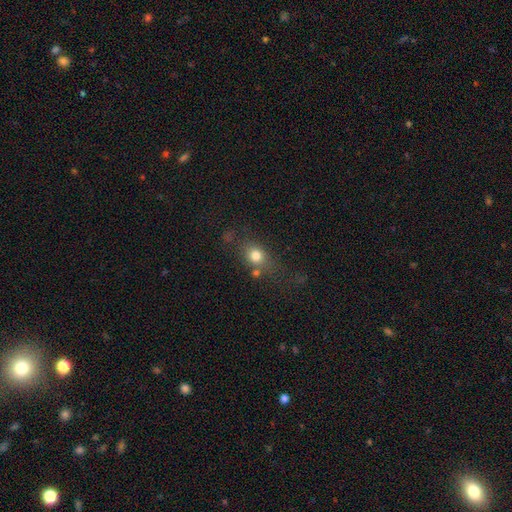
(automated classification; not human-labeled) smooth 75%, star or artifact 13%, featured or disk 12%. Down the decision tree: how rounded — round (56%); merging — none (59%).